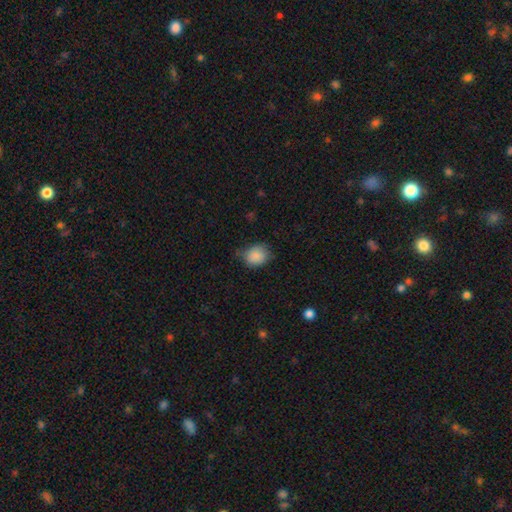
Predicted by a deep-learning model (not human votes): smooth-or-featured: smooth: 87% | star or artifact: 8% | featured or disk: 5%
  how-rounded: round: 65% | in between: 34% | cigar-shaped: 1%
  merging: none: 63% | minor disturbance: 29% | major disturbance: 6% | merger: 2%